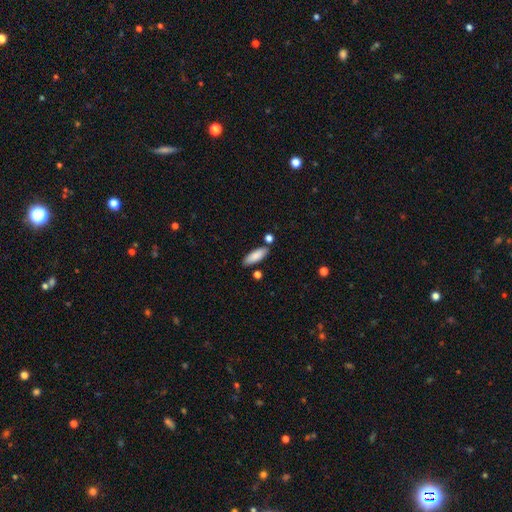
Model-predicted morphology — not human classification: A smooth galaxy with no disk features (86%) that is in between round and cigar-shaped (65%). Merging: none (80%).